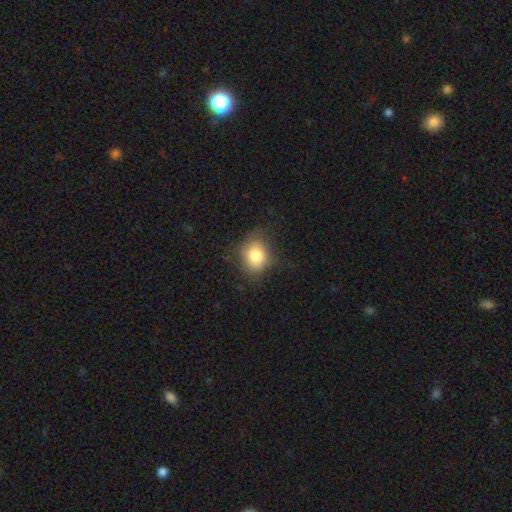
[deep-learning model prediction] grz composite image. It shows a smooth galaxy with no disk features (80%) that is round (55%). Merging: none (68%).